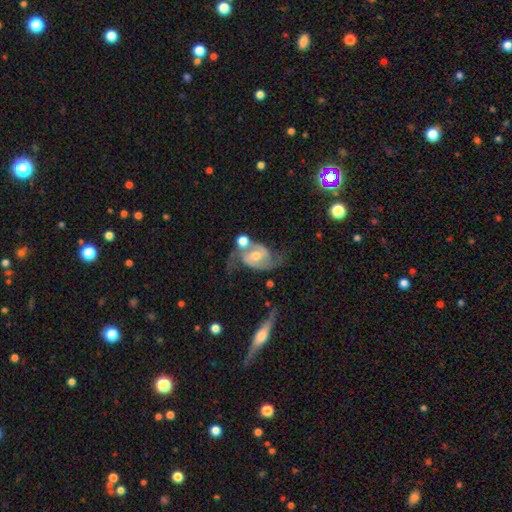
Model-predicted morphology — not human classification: featured or disk 85%, smooth 9%, star or artifact 5%. Down the decision tree: edge-on disk — no (97%); bar — weak (42%); spiral arms — yes (95%); spiral arm count — 2 (90%); spiral winding — medium (49%); bulge size — moderate (69%); merging — none (45%).